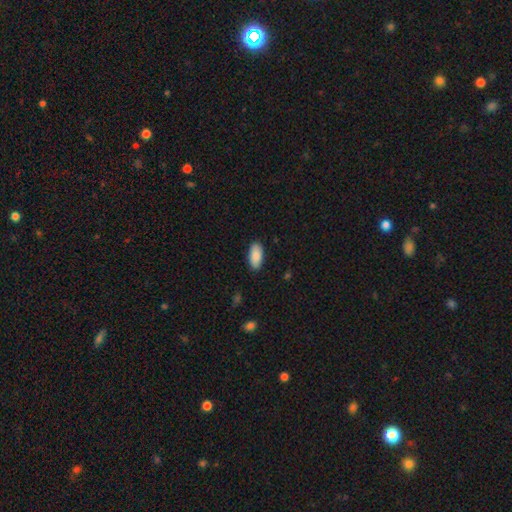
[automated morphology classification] Smooth or featured? smooth (88%)
How rounded? in between (92%)
Merging? none (88%)